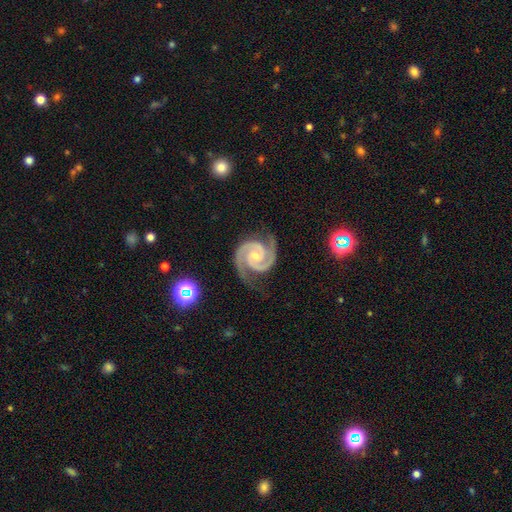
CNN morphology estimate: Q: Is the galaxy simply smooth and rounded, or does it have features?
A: featured or disk — 95%.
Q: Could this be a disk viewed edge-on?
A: no — 98%.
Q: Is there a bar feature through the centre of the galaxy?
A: no — 66%.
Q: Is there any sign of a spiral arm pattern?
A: yes — 99%.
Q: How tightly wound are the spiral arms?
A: tight — 59%.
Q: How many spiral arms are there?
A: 2 — 94%.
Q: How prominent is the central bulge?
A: small — 49%.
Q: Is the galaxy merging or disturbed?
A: none — 79%.